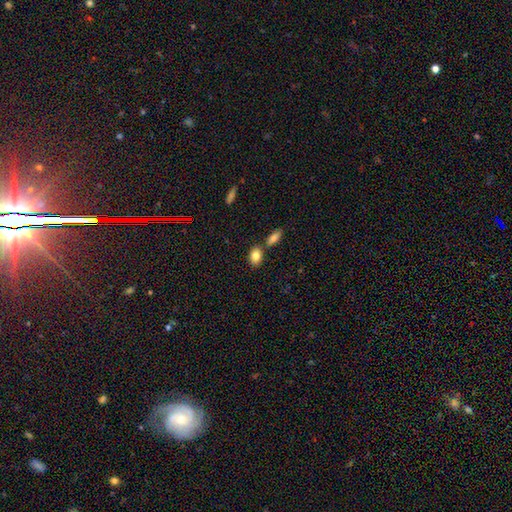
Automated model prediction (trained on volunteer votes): Overall: smooth (83%). How rounded: in between (80%). Merging: none (68%).